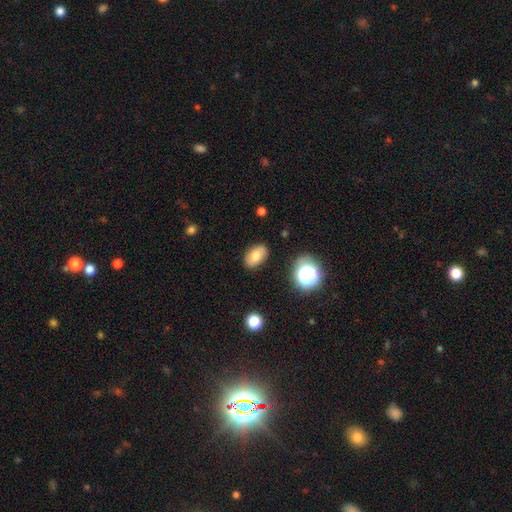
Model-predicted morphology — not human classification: Overall: smooth (74%). How rounded: in between (88%). Merging: none (84%).